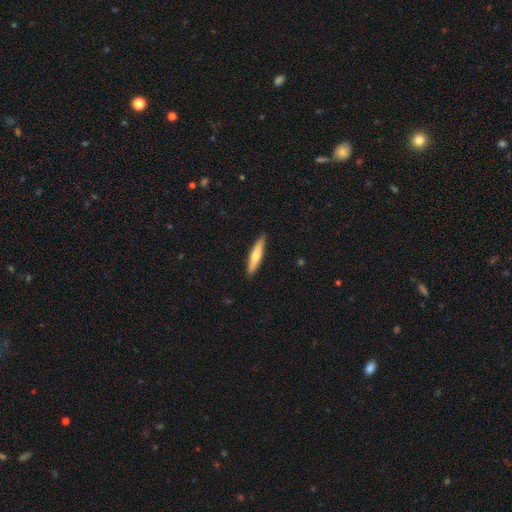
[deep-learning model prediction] Smooth or featured? smooth (63%)
How rounded? cigar-shaped (85%)
Merging? none (89%)